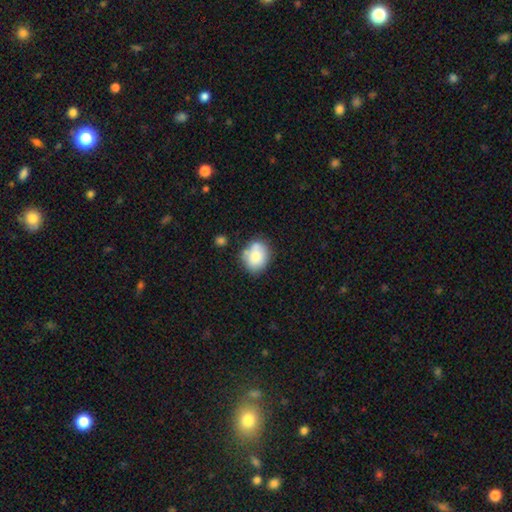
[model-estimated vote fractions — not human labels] smooth-or-featured: smooth: 77% | featured or disk: 15% | star or artifact: 8%
  how-rounded: round: 54% | in between: 45% | cigar-shaped: 1%
  merging: none: 65% | minor disturbance: 20% | merger: 10% | major disturbance: 5%